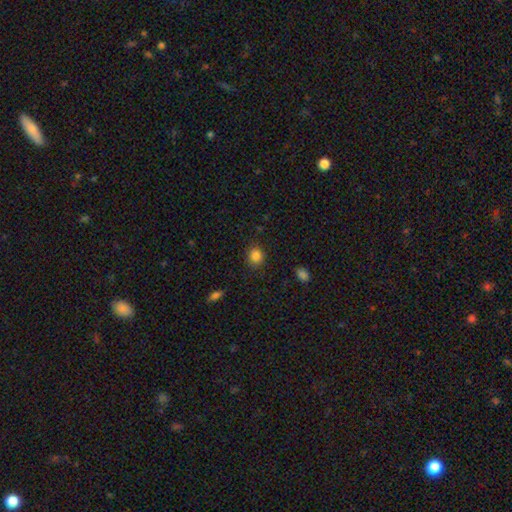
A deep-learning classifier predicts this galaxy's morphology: A smooth galaxy with no disk features (85%) that is round (79%).

Vote fractions:
- Smooth or featured? smooth: 85% / star or artifact: 11% / featured or disk: 4%
- How rounded? round: 79% / in between: 20% / cigar-shaped: 1%
- Merging? none: 86% / minor disturbance: 10% / major disturbance: 3% / merger: 1%